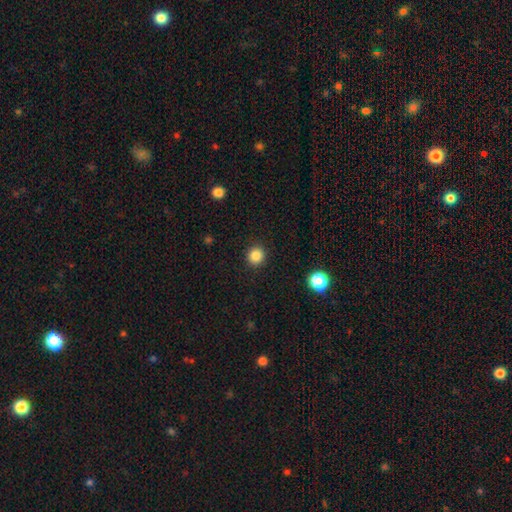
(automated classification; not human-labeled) Morphology: type=smooth (85%); roundness=round (92%); merging=none (92%).